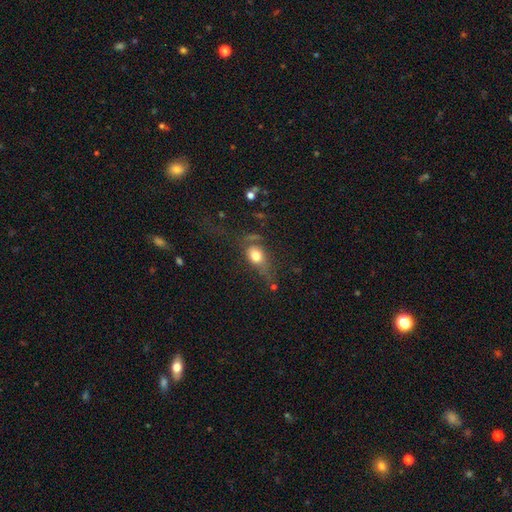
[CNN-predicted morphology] This is likely a smooth galaxy (71%). How rounded: likely in between (65%). Merging: marginally none (43%).